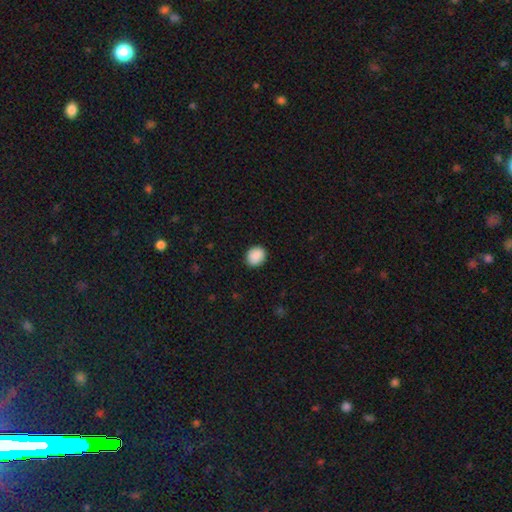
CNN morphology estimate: Smooth or featured? Predicted: smooth (p=0.90). How rounded? Predicted: round (p=0.62). Merging? Predicted: none (p=0.89).